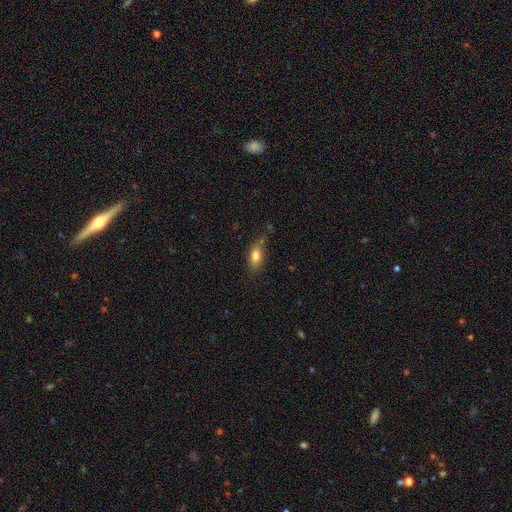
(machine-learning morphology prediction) Overall: smooth (79%). How rounded: in between (83%). Merging: none (67%).